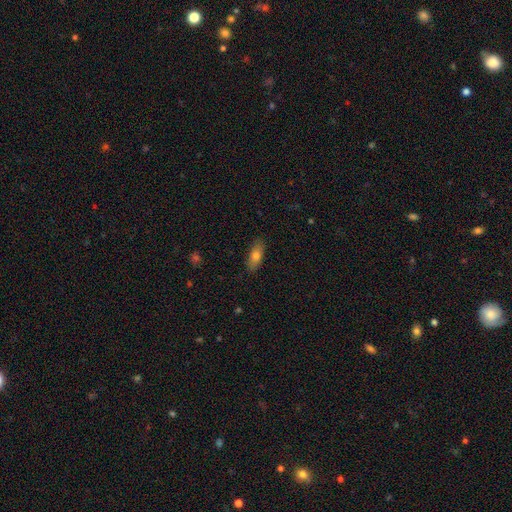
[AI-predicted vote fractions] Smooth or featured?
  - smooth: 76% *
  - featured or disk: 17%
  - star or artifact: 7%
How rounded?
  - in between: 74% *
  - cigar-shaped: 23%
  - round: 3%
Merging?
  - none: 87% *
  - minor disturbance: 10%
  - major disturbance: 2%
  - merger: 1%